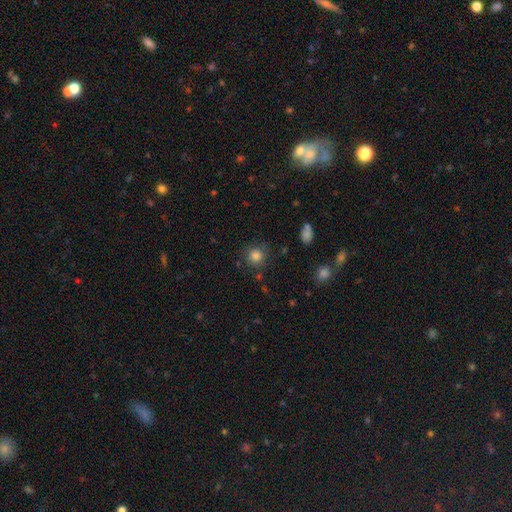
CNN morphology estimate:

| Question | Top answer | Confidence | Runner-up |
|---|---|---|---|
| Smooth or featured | smooth | 83% | star or artifact (12%) |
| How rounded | round | 91% | in between (8%) |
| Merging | none | 83% | minor disturbance (11%) |